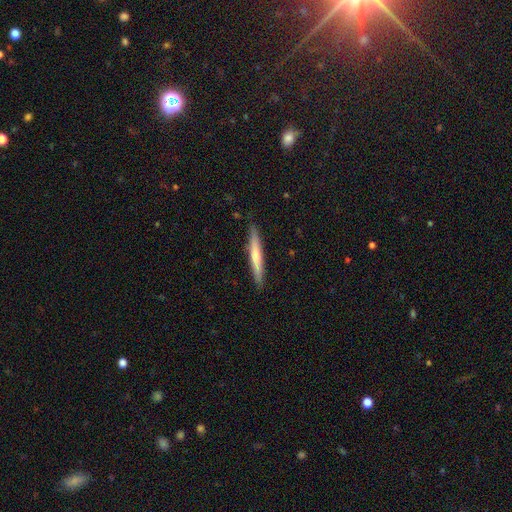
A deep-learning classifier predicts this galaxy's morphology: smooth-or-featured: smooth: 61% | featured or disk: 34% | star or artifact: 5%
  how-rounded: cigar-shaped: 95% | in between: 3% | round: 1%
  merging: none: 89% | minor disturbance: 9% | major disturbance: 1% | merger: 1%